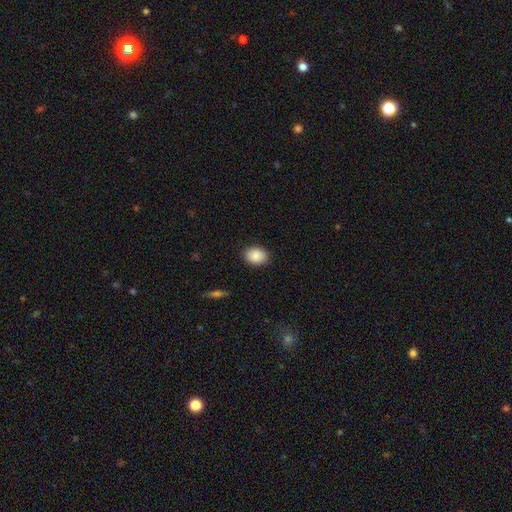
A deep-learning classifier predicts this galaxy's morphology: Q: Smooth or featured?
A: smooth (88%); runner-up: star or artifact (8%)
Q: How rounded?
A: in between (66%); runner-up: round (32%)
Q: Merging?
A: none (89%); runner-up: minor disturbance (8%)